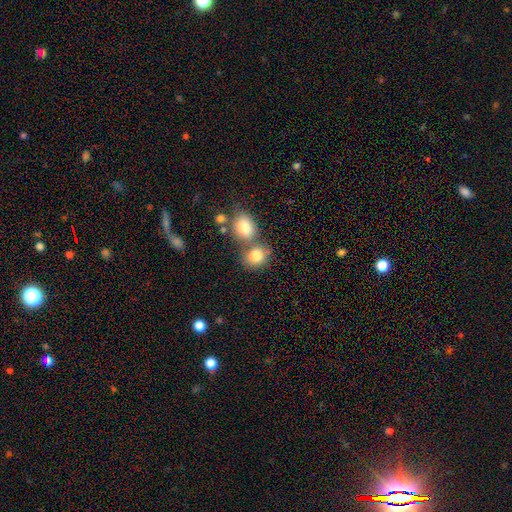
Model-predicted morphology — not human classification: A smooth galaxy with no disk features (80%) that is round (60%). Merging: merger (45%).